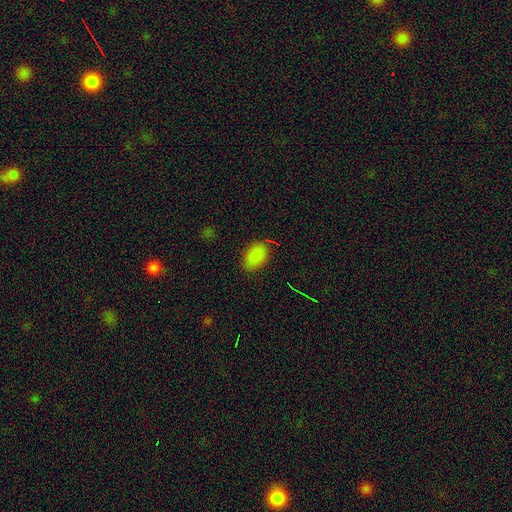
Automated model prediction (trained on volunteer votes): A smooth galaxy with no disk features (86%) that is in between round and cigar-shaped (89%). Merging: none (85%).